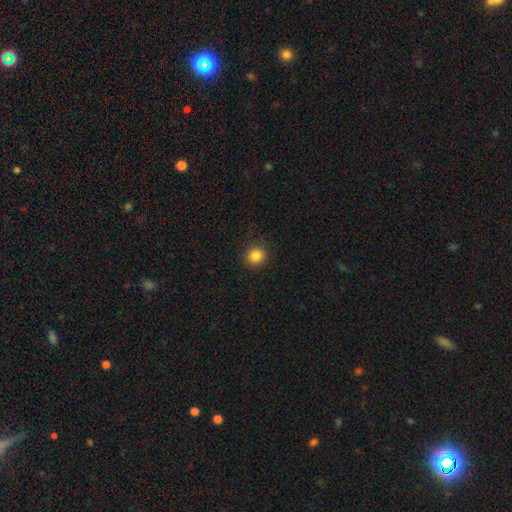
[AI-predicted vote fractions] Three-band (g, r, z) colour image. It shows a smooth galaxy with no disk features (85%) that is round (89%). Merging: none (88%).